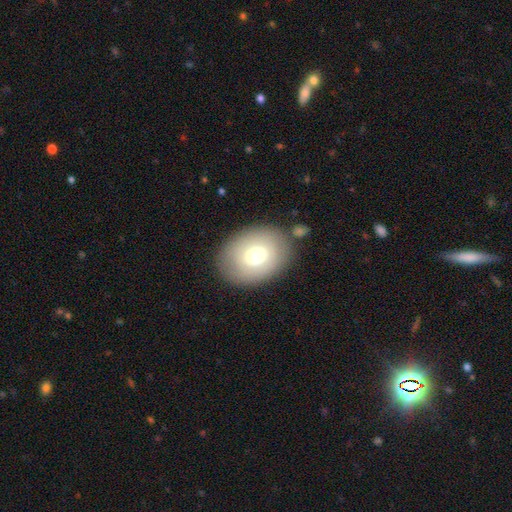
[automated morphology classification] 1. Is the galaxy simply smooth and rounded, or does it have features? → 68% smooth, 25% featured or disk, 8% star or artifact.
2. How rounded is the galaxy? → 67% in between, 32% round, 1% cigar-shaped.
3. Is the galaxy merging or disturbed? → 78% none, 13% minor disturbance, 5% merger, 4% major disturbance.